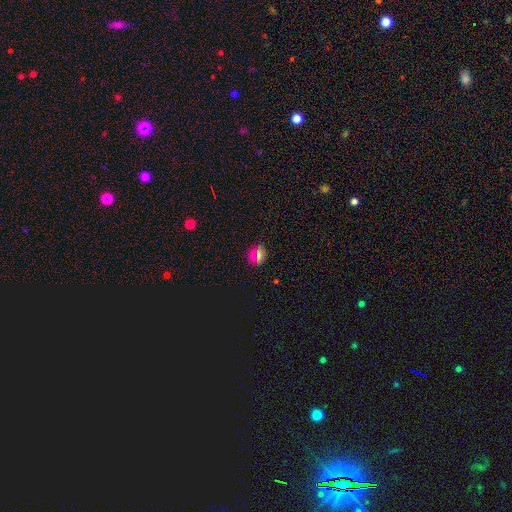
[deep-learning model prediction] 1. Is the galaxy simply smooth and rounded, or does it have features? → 65% smooth, 26% star or artifact, 8% featured or disk.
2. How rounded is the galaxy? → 83% round, 15% in between, 2% cigar-shaped.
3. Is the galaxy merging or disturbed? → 87% none, 8% minor disturbance, 3% major disturbance, 2% merger.